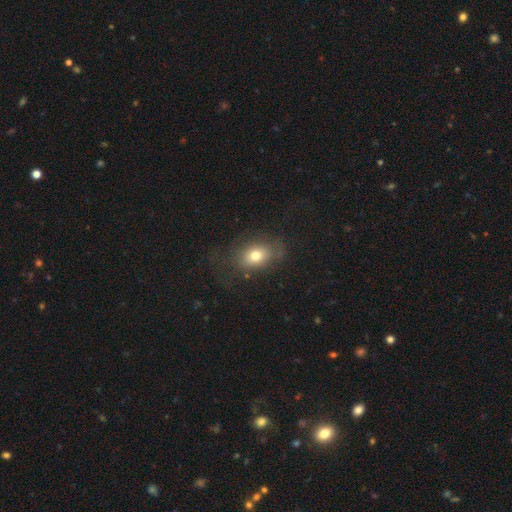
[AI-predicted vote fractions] smooth-or-featured: smooth: 74% | featured or disk: 15% | star or artifact: 11%
  how-rounded: in between: 72% | round: 27% | cigar-shaped: 2%
  merging: none: 65% | minor disturbance: 20% | major disturbance: 13% | merger: 2%